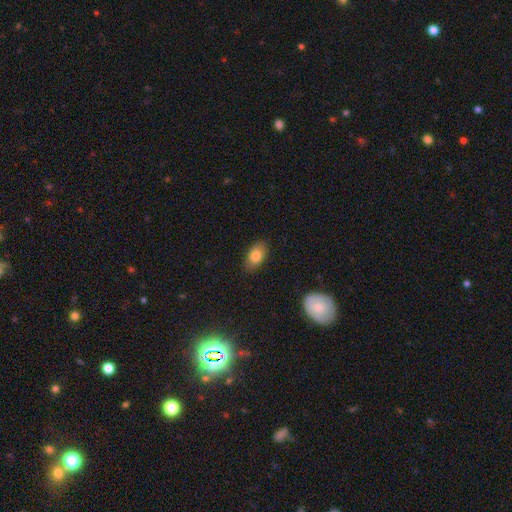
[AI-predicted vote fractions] A smooth galaxy with no disk features (81%) that is in between round and cigar-shaped (90%).

Vote fractions:
- Smooth or featured? smooth: 81% / featured or disk: 11% / star or artifact: 8%
- How rounded? in between: 90% / round: 7% / cigar-shaped: 3%
- Merging? none: 85% / minor disturbance: 11% / major disturbance: 2% / merger: 1%